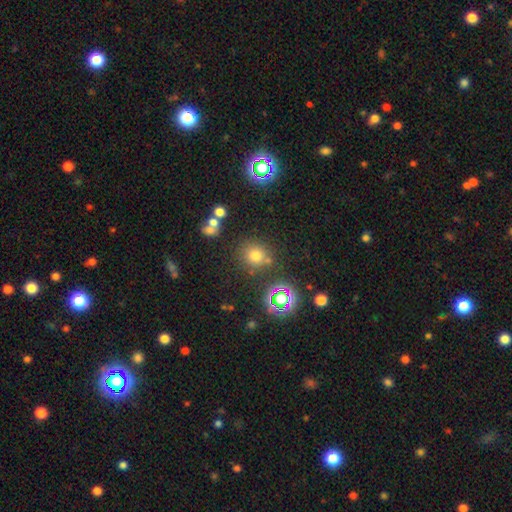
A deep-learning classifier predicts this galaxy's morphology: A smooth galaxy with no disk features (68%) that is round (88%). Merging: none (76%).